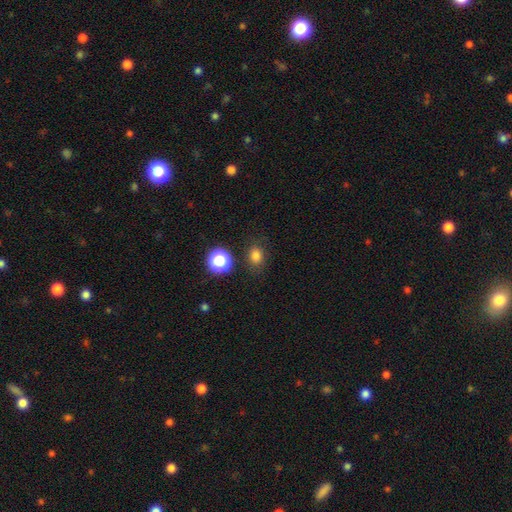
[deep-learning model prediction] Smooth or featured?
  - smooth: 79% *
  - star or artifact: 17%
  - featured or disk: 5%
How rounded?
  - round: 56% *
  - in between: 43%
  - cigar-shaped: 1%
Merging?
  - none: 80% *
  - minor disturbance: 13%
  - major disturbance: 4%
  - merger: 3%